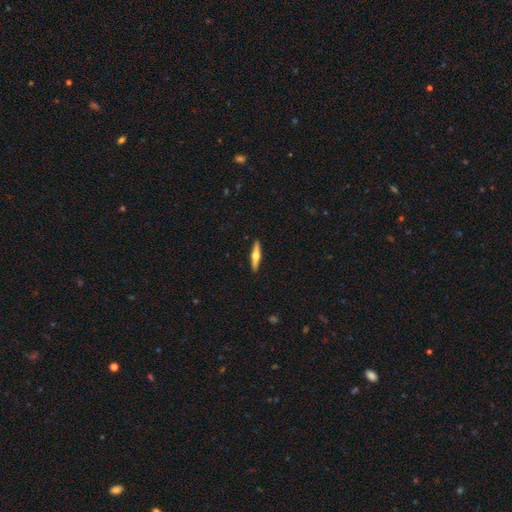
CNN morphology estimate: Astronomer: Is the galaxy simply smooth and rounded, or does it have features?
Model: featured or disk — 61%.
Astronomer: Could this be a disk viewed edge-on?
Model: yes — 96%.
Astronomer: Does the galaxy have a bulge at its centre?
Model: rounded — 95%.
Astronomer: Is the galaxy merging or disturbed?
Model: none — 92%.